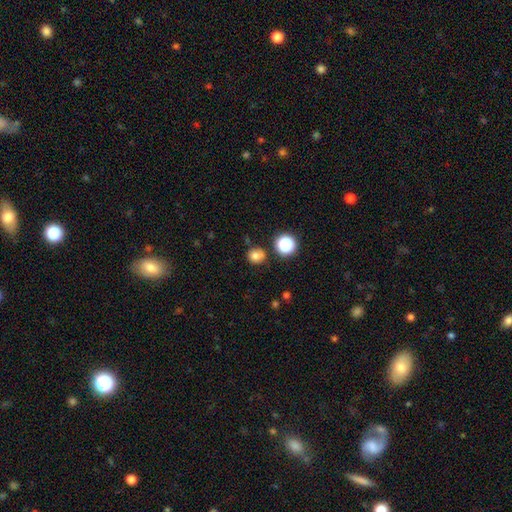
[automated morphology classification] Smooth or featured? smooth (77%)
How rounded? round (87%)
Merging? none (77%)